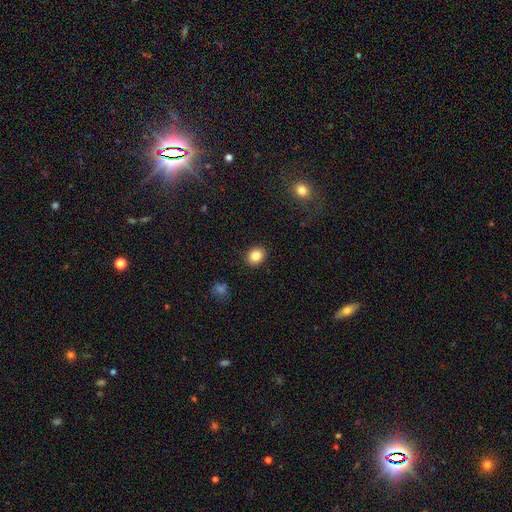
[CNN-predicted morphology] Q: Smooth or featured?
A: smooth (84%); runner-up: star or artifact (10%)
Q: How rounded?
A: round (61%); runner-up: in between (38%)
Q: Merging?
A: none (90%); runner-up: minor disturbance (7%)